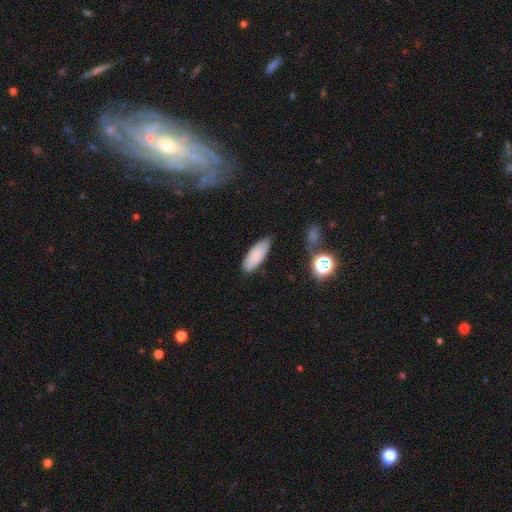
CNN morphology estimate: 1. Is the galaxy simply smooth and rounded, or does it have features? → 85% smooth, 8% featured or disk, 7% star or artifact.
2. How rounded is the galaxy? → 71% in between, 27% cigar-shaped, 2% round.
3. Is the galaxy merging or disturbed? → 80% none, 16% minor disturbance, 3% major disturbance, 2% merger.